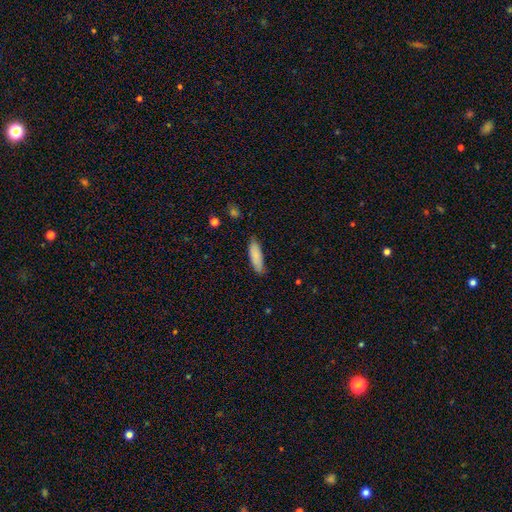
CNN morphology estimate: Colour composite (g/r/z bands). It shows a smooth galaxy with no disk features (85%) that is cigar-shaped (54%). Merging: none (83%).